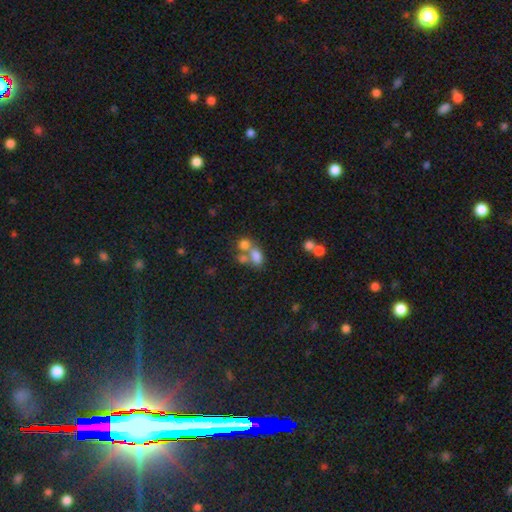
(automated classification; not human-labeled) smooth-or-featured: smooth: 70% | featured or disk: 16% | star or artifact: 14%
  how-rounded: in between: 77% | round: 21% | cigar-shaped: 2%
  merging: merger: 50% | none: 32% | minor disturbance: 10% | major disturbance: 8%